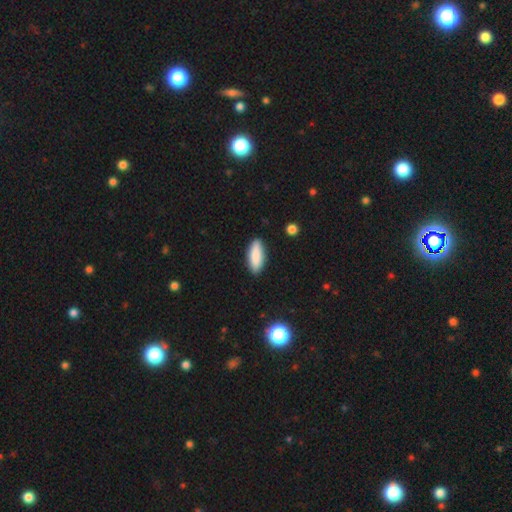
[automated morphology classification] Smooth or featured: smooth — 87% (featured or disk — 7%)
How rounded: in between — 68% (cigar-shaped — 30%)
Merging: none — 88% (minor disturbance — 9%)